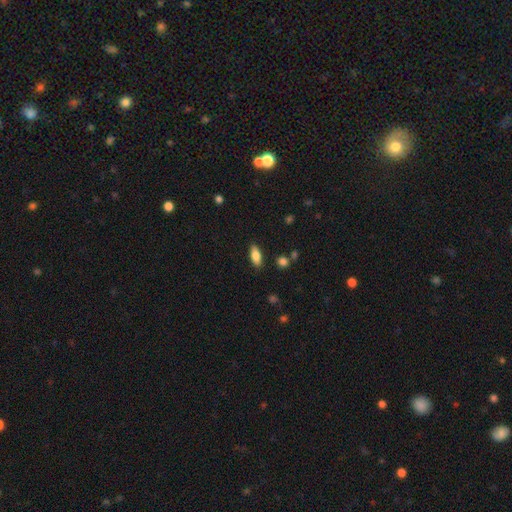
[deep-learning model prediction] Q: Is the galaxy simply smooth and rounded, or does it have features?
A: smooth — 79%.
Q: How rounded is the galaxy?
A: in between — 78%.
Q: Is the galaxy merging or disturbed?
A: none — 86%.